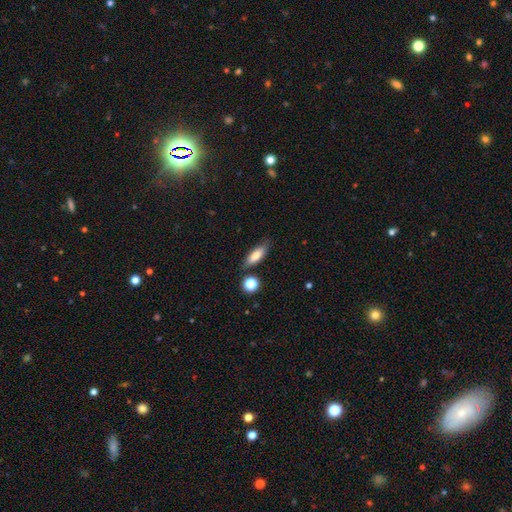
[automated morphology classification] This appears to be a smooth galaxy with no disk features (75%) that is in between round and cigar-shaped (54%). Merging: none (77%).